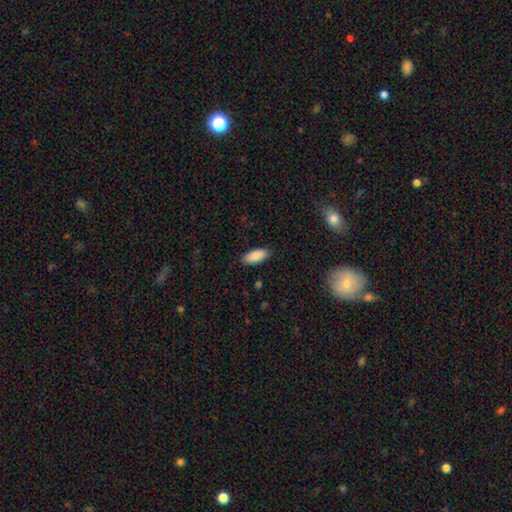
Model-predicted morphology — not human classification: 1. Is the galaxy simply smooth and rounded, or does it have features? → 89% smooth, 6% star or artifact, 5% featured or disk.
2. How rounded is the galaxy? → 87% in between, 11% cigar-shaped, 2% round.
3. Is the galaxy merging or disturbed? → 88% none, 9% minor disturbance, 2% major disturbance, 1% merger.